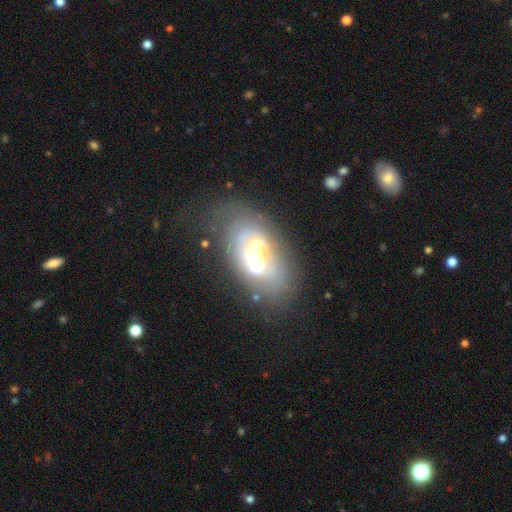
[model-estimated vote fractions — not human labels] featured or disk 78%, smooth 14%, star or artifact 8%. Down the decision tree: edge-on disk — no (95%); bar — weak (41%); spiral arms — yes (87%); spiral arm count — 2 (53%); spiral winding — tight (41%); bulge size — moderate (42%); merging — none (60%).